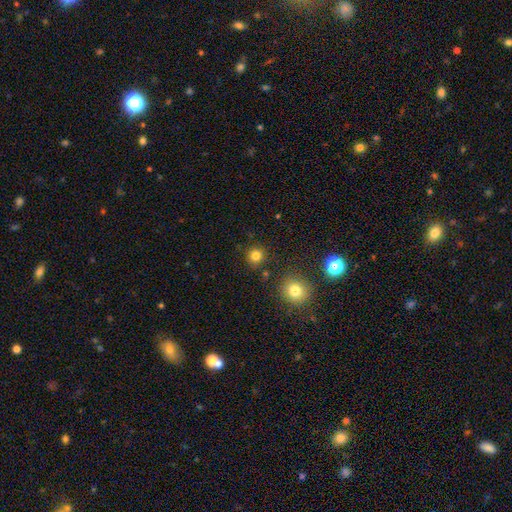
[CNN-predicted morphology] Smooth or featured: smooth — 80% (star or artifact — 15%)
How rounded: round — 92% (in between — 7%)
Merging: none — 87% (minor disturbance — 7%)